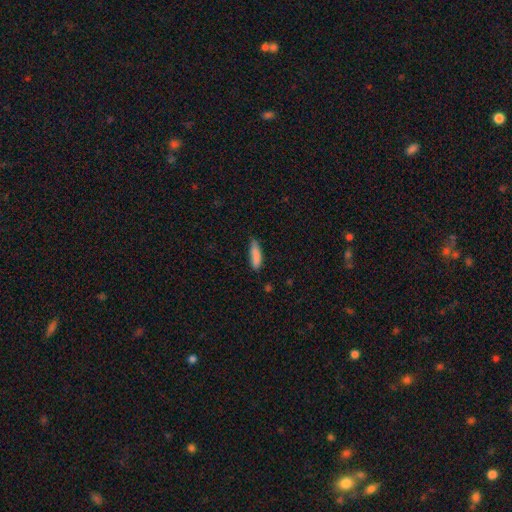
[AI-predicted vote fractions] Q: Smooth or featured?
A: smooth (86%); runner-up: featured or disk (7%)
Q: How rounded?
A: cigar-shaped (62%); runner-up: in between (36%)
Q: Merging?
A: none (66%); runner-up: minor disturbance (27%)